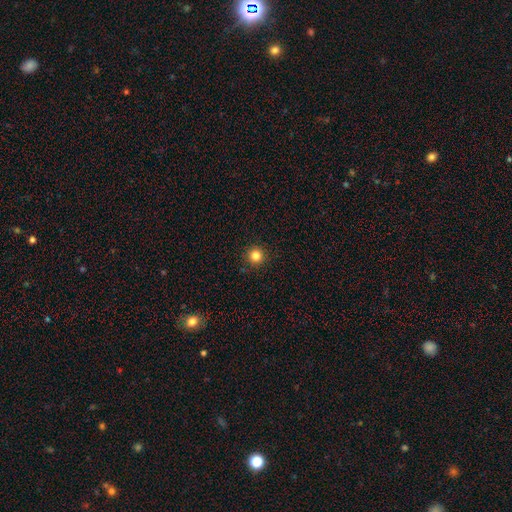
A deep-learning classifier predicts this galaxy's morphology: This appears to be a smooth galaxy with no disk features (84%) that is round (96%). Merging: none (91%).